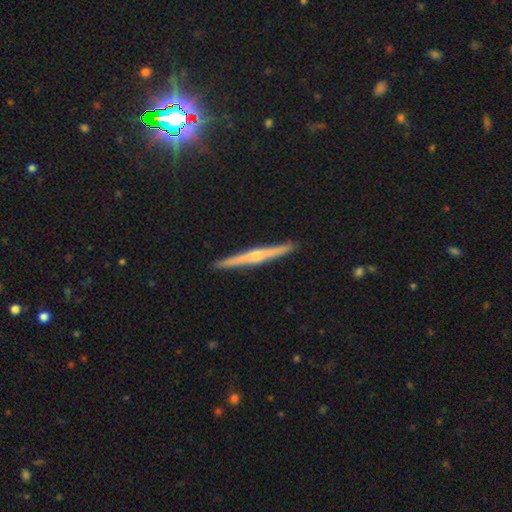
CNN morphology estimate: This is likely a featured or disk galaxy (74%). It is clearly viewed edge-on (98%). Edge-on bulge: clearly rounded (81%). Merging: clearly none (92%).